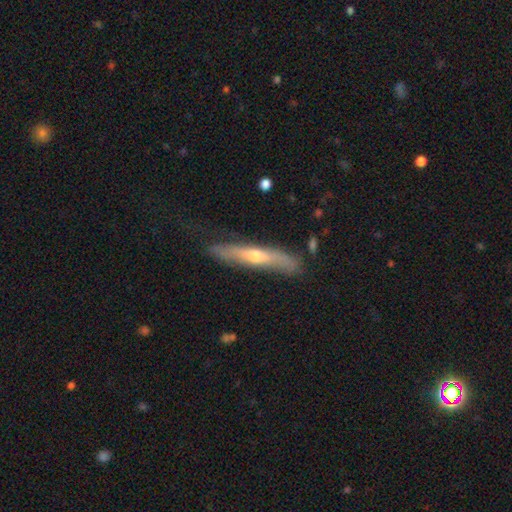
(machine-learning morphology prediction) Smooth or featured: featured or disk — 54% (smooth — 40%)
Edge-on disk: yes — 83% (no — 17%)
Merging: none — 76% (minor disturbance — 18%)